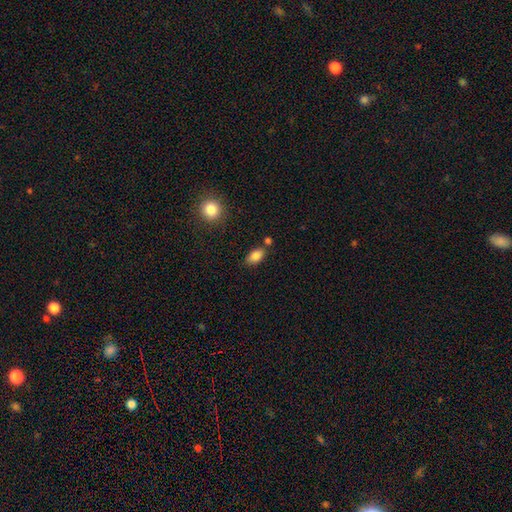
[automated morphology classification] smooth_or_featured: smooth (p=0.84) [alt: star or artifact p=0.08]
how_rounded: in between (p=0.88) [alt: round p=0.08]
merging: none (p=0.74) [alt: minor disturbance p=0.13]